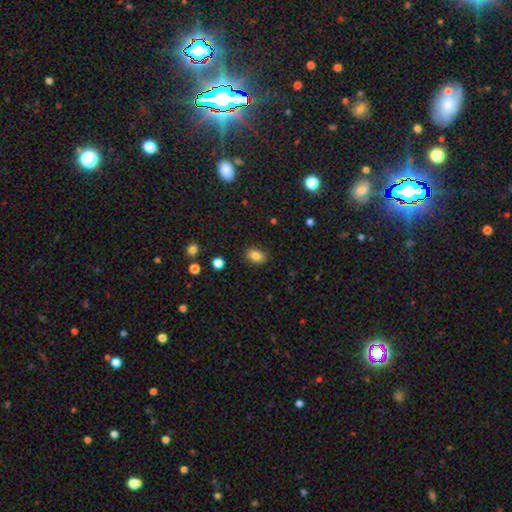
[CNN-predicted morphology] smooth-or-featured: smooth: 82% | star or artifact: 10% | featured or disk: 8%
  how-rounded: in between: 79% | round: 20% | cigar-shaped: 2%
  merging: none: 87% | minor disturbance: 9% | major disturbance: 2% | merger: 1%